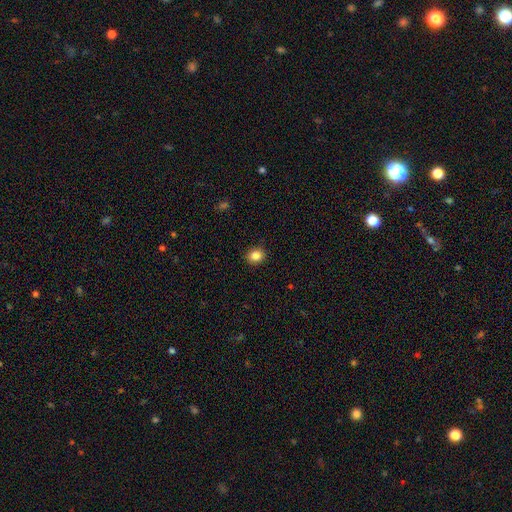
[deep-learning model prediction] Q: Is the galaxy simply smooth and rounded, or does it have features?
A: smooth — 85%.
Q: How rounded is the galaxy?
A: round — 75%.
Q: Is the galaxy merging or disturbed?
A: none — 91%.